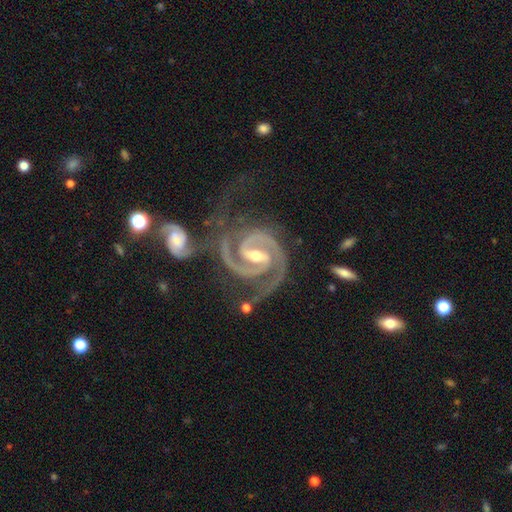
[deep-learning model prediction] This appears to be a featured or disk galaxy (94%) with a strong bar (56%), 2 (90%) tight (55%) spiral arms (99%) and a moderate central bulge (62%). Merging: none (51%).